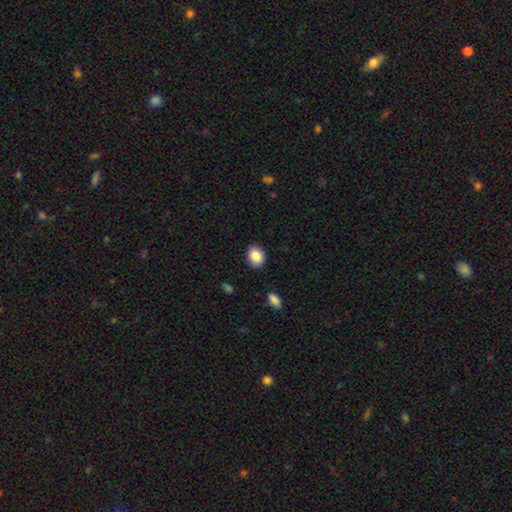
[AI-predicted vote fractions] Smooth or featured: smooth — 86% (star or artifact — 9%)
How rounded: round — 53% (in between — 46%)
Merging: none — 88% (minor disturbance — 8%)